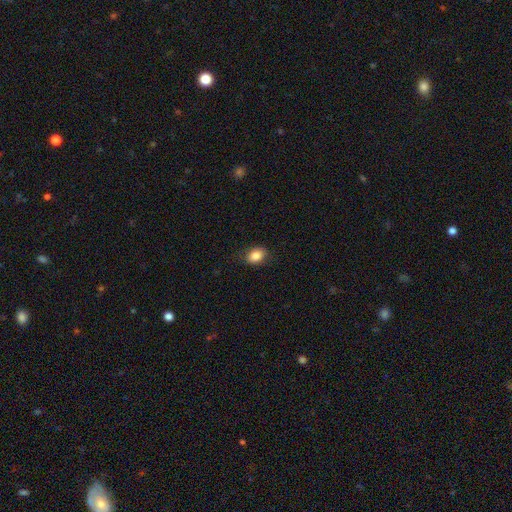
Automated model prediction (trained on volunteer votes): A smooth galaxy with no disk features (85%) that is in between round and cigar-shaped (71%). Merging: none (84%).